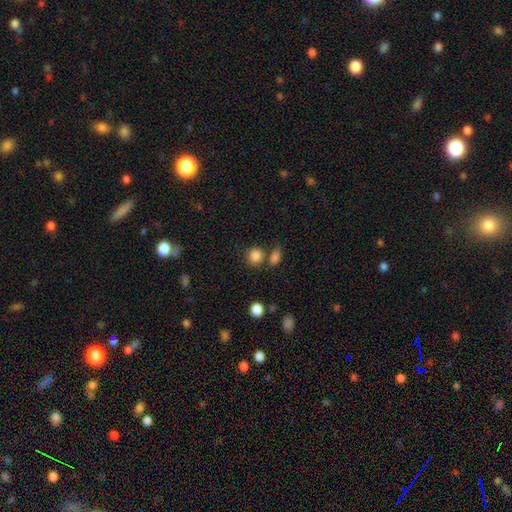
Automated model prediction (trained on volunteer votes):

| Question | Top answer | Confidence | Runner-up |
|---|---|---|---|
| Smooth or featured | smooth | 85% | star or artifact (10%) |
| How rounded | round | 79% | in between (19%) |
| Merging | none | 64% | merger (20%) |